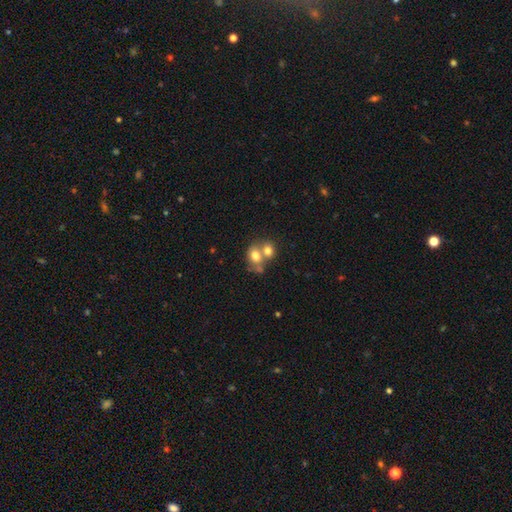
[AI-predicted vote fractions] smooth-or-featured: smooth: 72% | featured or disk: 18% | star or artifact: 10%
  how-rounded: round: 51% | in between: 48% | cigar-shaped: 1%
  merging: merger: 60% | none: 27% | minor disturbance: 8% | major disturbance: 4%